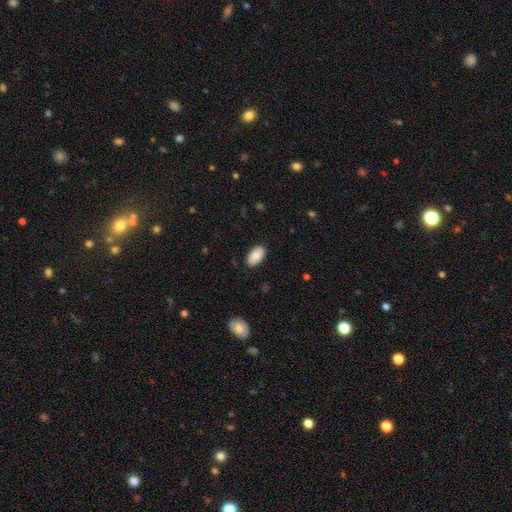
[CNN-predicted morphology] A smooth galaxy with no disk features (85%) that is in between round and cigar-shaped (95%). Merging: none (86%).